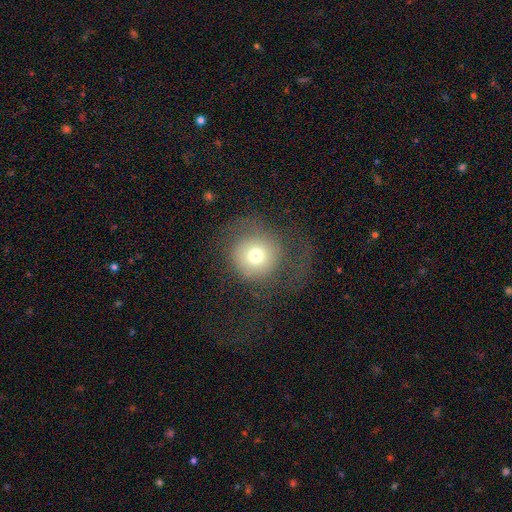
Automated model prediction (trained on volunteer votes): Smooth or featured?
  - smooth: 67% *
  - featured or disk: 21%
  - star or artifact: 12%
How rounded?
  - round: 92% *
  - in between: 7%
  - cigar-shaped: 1%
Merging?
  - none: 50% *
  - major disturbance: 32%
  - minor disturbance: 16%
  - merger: 2%